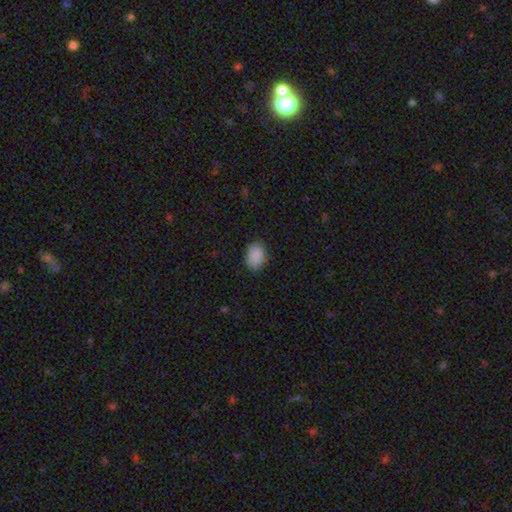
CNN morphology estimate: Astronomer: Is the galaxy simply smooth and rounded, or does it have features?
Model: smooth — 88%.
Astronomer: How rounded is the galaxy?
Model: in between — 75%.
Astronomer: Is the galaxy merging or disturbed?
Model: none — 84%.